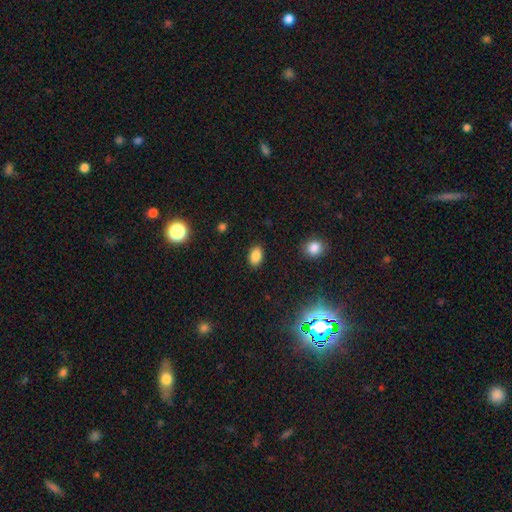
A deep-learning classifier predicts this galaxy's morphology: The model was most divided on "smooth or featured": smooth: 84%, star or artifact: 11%, featured or disk: 5%. More confident: how rounded — in between (88%); merging — none (88%).